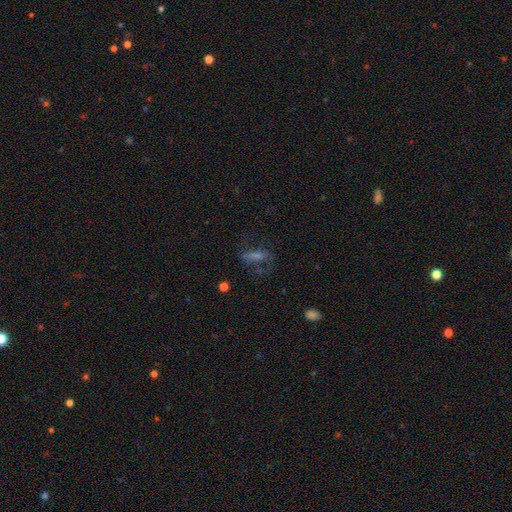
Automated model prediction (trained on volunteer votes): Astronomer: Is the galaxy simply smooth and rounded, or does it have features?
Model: featured or disk — 47% (runner-up: smooth, 30%).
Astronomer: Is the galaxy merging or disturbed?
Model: none — 59%.